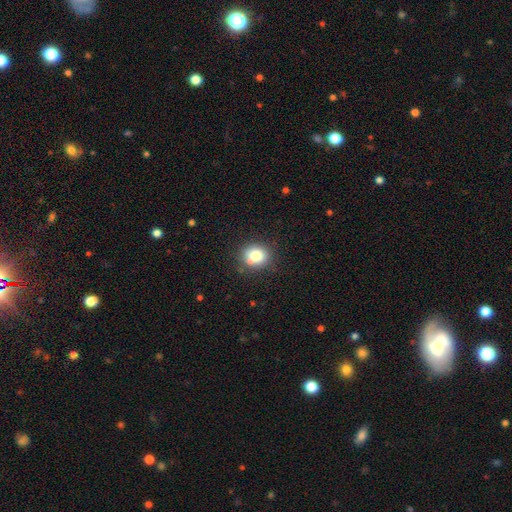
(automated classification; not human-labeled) Smooth or featured? Predicted: smooth (p=0.78). How rounded? Predicted: round (p=0.75). Merging? Predicted: none (p=0.75).